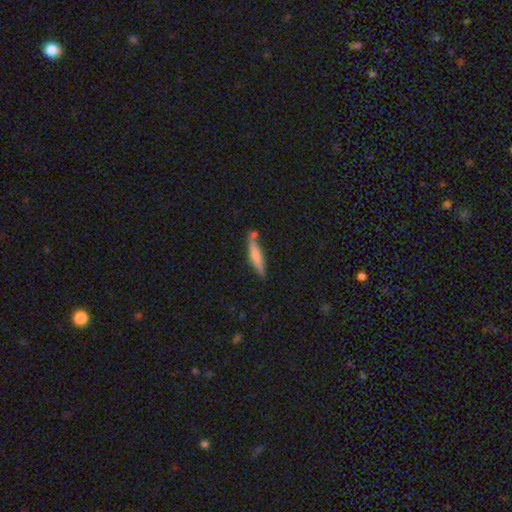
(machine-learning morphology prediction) Smooth or featured? Predicted: smooth (p=0.61). How rounded? Predicted: cigar-shaped (p=0.88). Merging? Predicted: none (p=0.61).